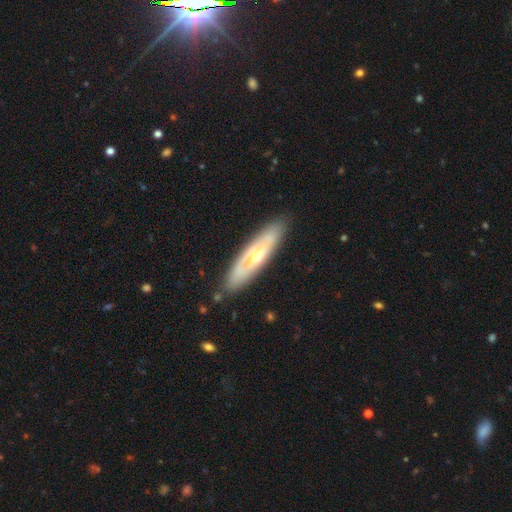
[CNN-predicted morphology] Smooth or featured? featured or disk (64%)
Edge-on disk? no (65%)
Merging? none (83%)